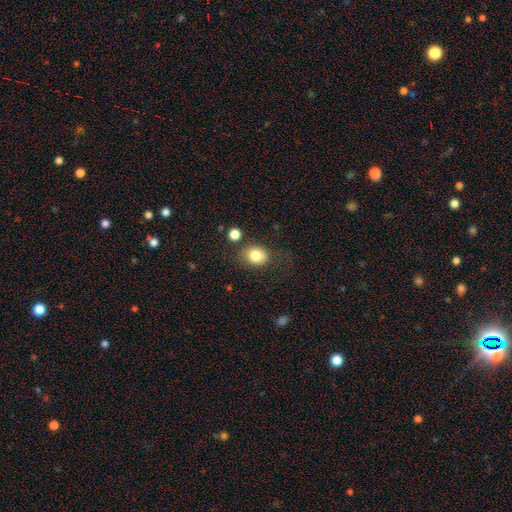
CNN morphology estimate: Overall: smooth (80%). How rounded: round (53%; in between 46%). Merging: none (71%).